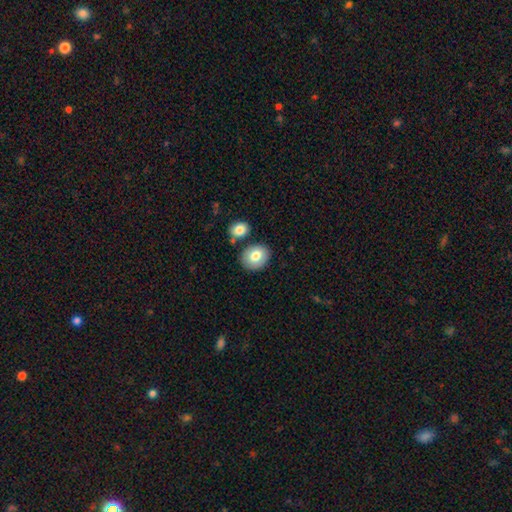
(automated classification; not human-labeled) This is likely a smooth galaxy (80%). How rounded: possibly round (53%). Merging: likely none (78%).